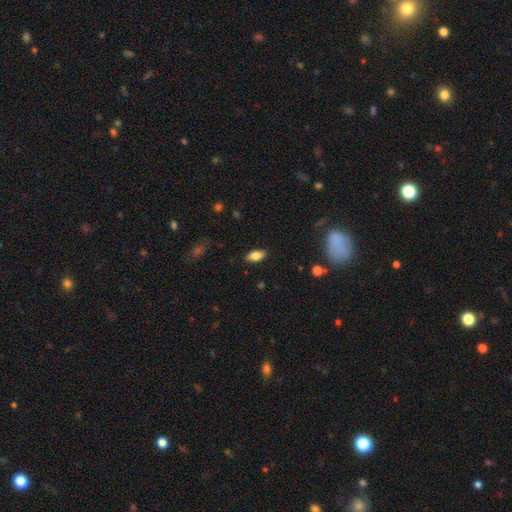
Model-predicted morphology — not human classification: This appears to be a smooth galaxy with no disk features (80%) that is in between round and cigar-shaped (89%). Merging: none (87%).